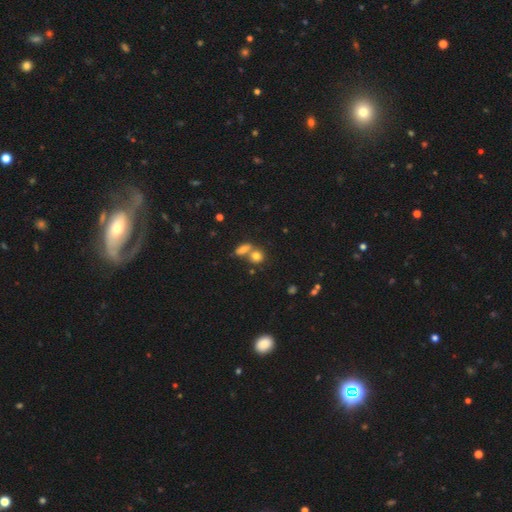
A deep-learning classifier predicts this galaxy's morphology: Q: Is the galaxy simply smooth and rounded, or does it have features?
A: smooth — 76%.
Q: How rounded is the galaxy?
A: round — 70%.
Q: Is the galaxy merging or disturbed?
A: merger — 47%.